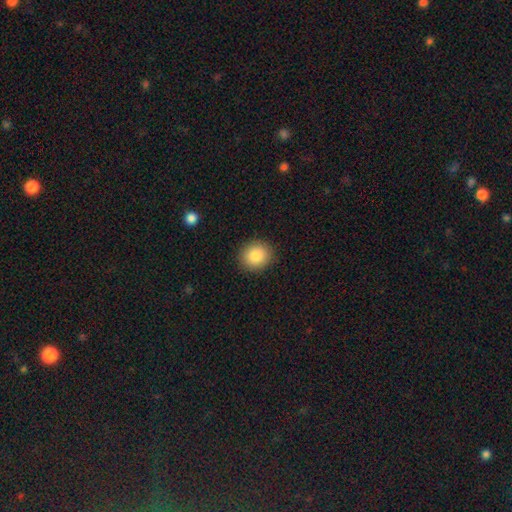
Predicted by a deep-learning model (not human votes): smooth_or_featured: smooth (p=0.86) [alt: star or artifact p=0.09]
how_rounded: round (p=0.82) [alt: in between p=0.17]
merging: none (p=0.91) [alt: minor disturbance p=0.06]